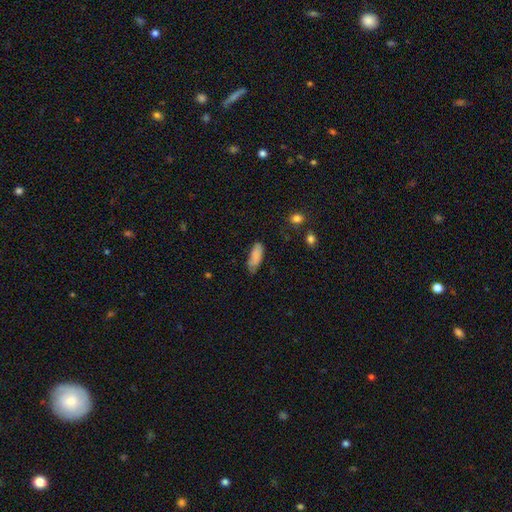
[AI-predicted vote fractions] A smooth galaxy with no disk features (84%) that is in between round and cigar-shaped (73%). Merging: none (67%).